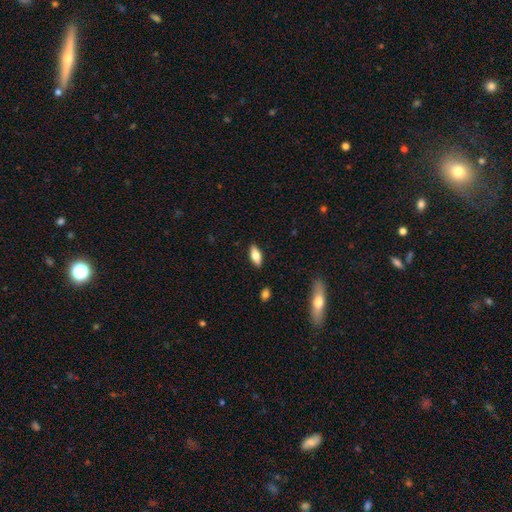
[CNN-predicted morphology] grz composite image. It shows a smooth galaxy with no disk features (73%) that is in between round and cigar-shaped (79%). Merging: none (88%).